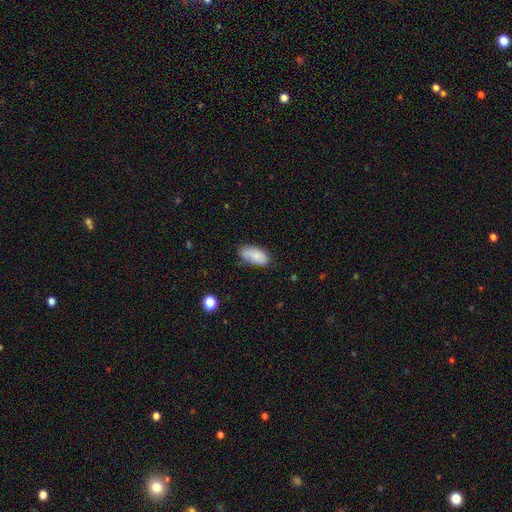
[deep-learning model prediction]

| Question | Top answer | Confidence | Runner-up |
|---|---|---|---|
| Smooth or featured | smooth | 82% | featured or disk (11%) |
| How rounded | in between | 93% | cigar-shaped (4%) |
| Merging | none | 67% | minor disturbance (26%) |